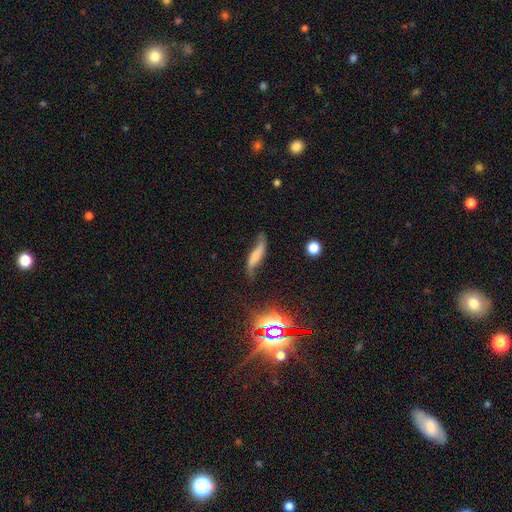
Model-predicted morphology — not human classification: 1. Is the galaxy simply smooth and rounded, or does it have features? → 55% featured or disk, 34% smooth, 11% star or artifact.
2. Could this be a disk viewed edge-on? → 69% no, 31% yes.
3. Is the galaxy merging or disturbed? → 58% none, 27% minor disturbance, 12% major disturbance, 3% merger.